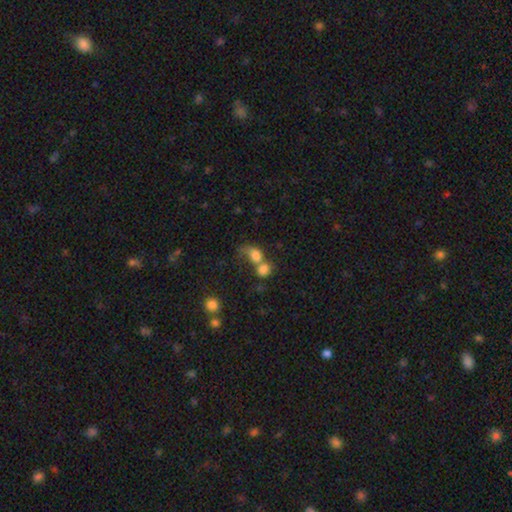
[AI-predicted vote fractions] Smooth or featured? Predicted: smooth (p=0.75). How rounded? Predicted: in between (p=0.54). Merging? Predicted: merger (p=0.62).